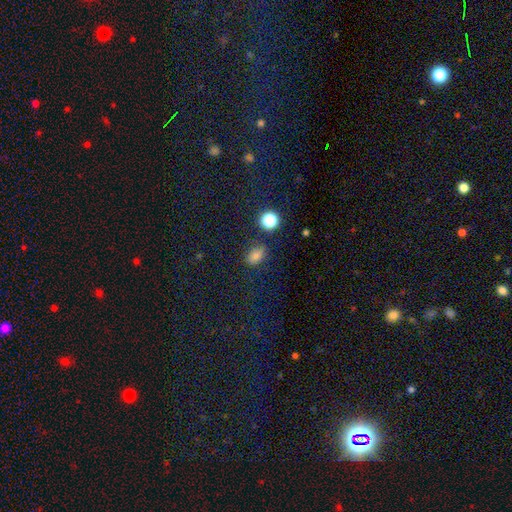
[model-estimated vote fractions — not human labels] Q: Smooth or featured?
A: smooth (75%); runner-up: star or artifact (17%)
Q: How rounded?
A: in between (74%); runner-up: round (23%)
Q: Merging?
A: none (78%); runner-up: minor disturbance (15%)